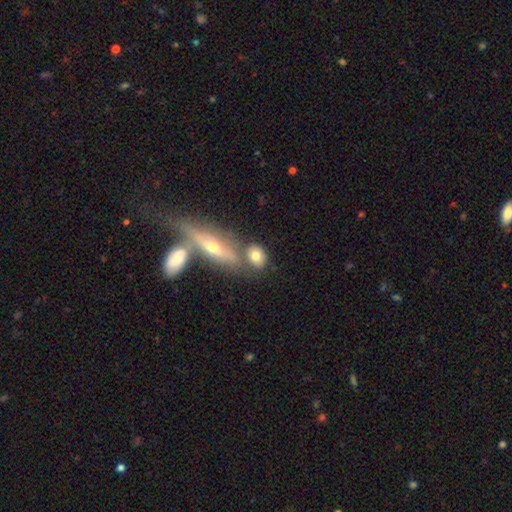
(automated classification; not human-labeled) Overall: smooth (70%). How rounded: in between (47%; round 46%). Merging: none (60%; merger 24%).